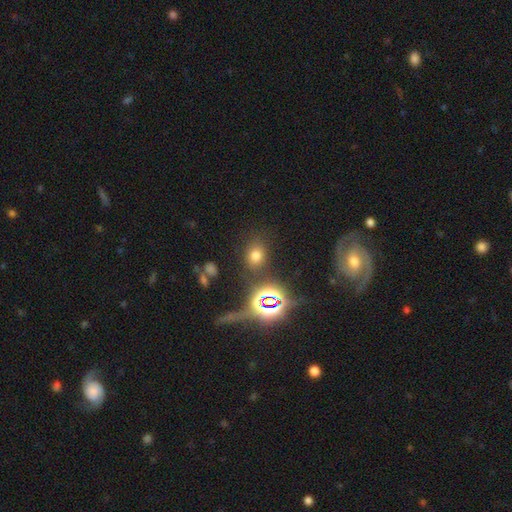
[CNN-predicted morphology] Smooth or featured?
  - smooth: 65% *
  - star or artifact: 27%
  - featured or disk: 9%
How rounded?
  - round: 53% *
  - in between: 45%
  - cigar-shaped: 2%
Merging?
  - none: 80% *
  - minor disturbance: 10%
  - merger: 5%
  - major disturbance: 5%